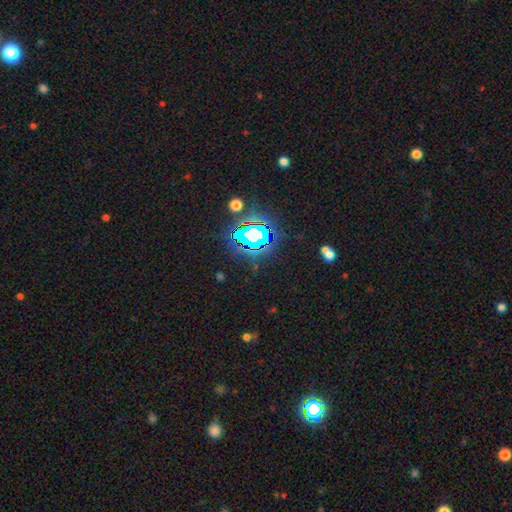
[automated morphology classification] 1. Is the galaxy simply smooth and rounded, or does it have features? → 83% star or artifact, 10% smooth, 7% featured or disk.